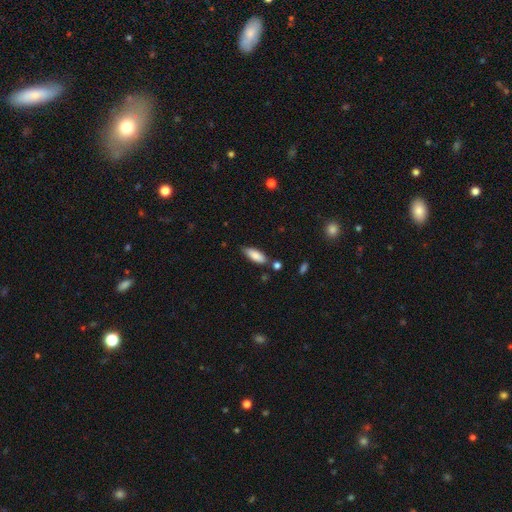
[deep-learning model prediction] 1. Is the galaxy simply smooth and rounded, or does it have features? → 84% smooth, 9% featured or disk, 6% star or artifact.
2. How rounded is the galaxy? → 70% in between, 28% cigar-shaped, 2% round.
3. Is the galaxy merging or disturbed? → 70% none, 20% minor disturbance, 6% merger, 4% major disturbance.